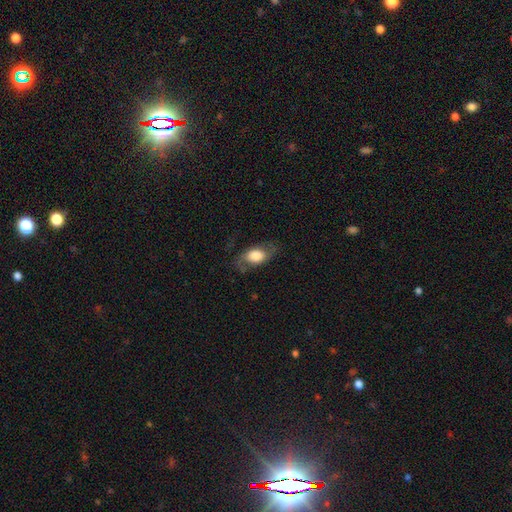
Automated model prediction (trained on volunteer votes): Smooth or featured: smooth — 51% (featured or disk — 42%)
How rounded: in between — 83% (round — 14%)
Merging: none — 67% (minor disturbance — 19%)